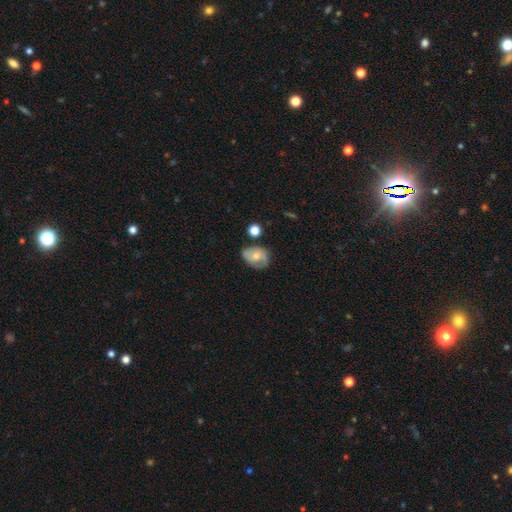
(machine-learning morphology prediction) smooth 49%, featured or disk 43%, star or artifact 8%. Down the decision tree: merging — none (58%).